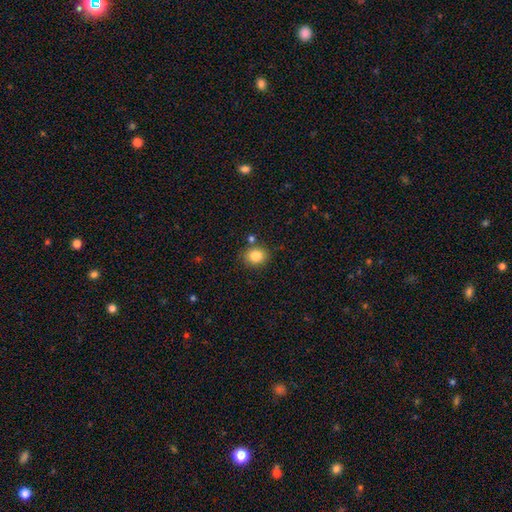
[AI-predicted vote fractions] Smooth or featured?
  - smooth: 83% *
  - star or artifact: 10%
  - featured or disk: 7%
How rounded?
  - round: 71% *
  - in between: 28%
  - cigar-shaped: 1%
Merging?
  - none: 81% *
  - minor disturbance: 10%
  - merger: 6%
  - major disturbance: 3%